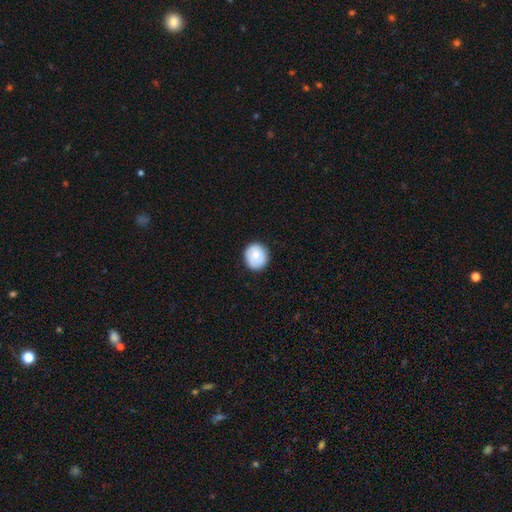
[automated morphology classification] Q: Smooth or featured?
A: smooth (79%); runner-up: featured or disk (14%)
Q: How rounded?
A: round (87%); runner-up: in between (13%)
Q: Merging?
A: none (86%); runner-up: minor disturbance (11%)